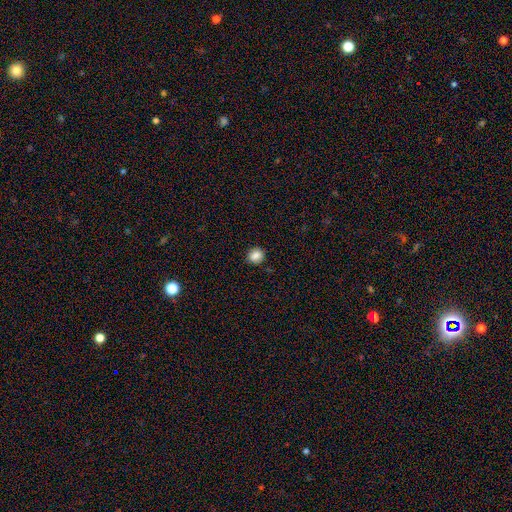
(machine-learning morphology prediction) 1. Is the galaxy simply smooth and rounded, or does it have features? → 85% smooth, 10% star or artifact, 5% featured or disk.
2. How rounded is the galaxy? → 82% round, 17% in between, 1% cigar-shaped.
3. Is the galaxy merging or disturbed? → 87% none, 9% minor disturbance, 2% major disturbance, 1% merger.